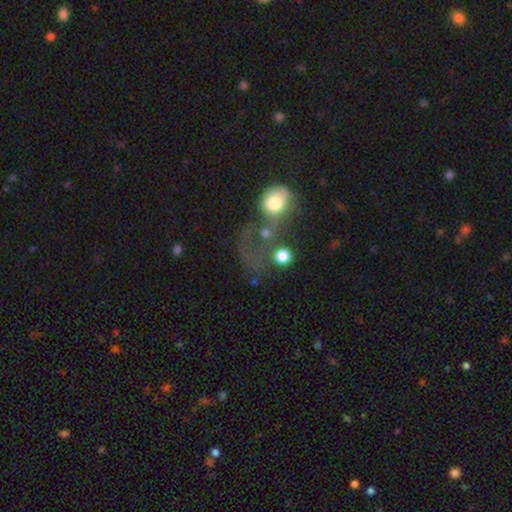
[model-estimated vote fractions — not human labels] smooth-or-featured: smooth: 51% | featured or disk: 31% | star or artifact: 18%
  how-rounded: round: 61% | in between: 37% | cigar-shaped: 2%
  merging: major disturbance: 41% | merger: 36% | none: 14% | minor disturbance: 8%